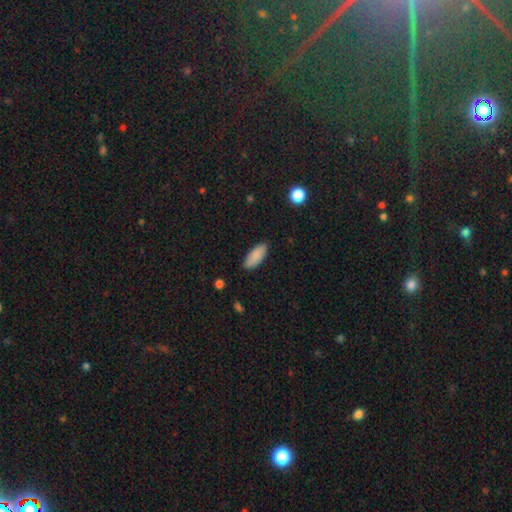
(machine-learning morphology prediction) This is clearly a smooth galaxy (87%). How rounded: clearly in between (84%). Merging: clearly none (87%).